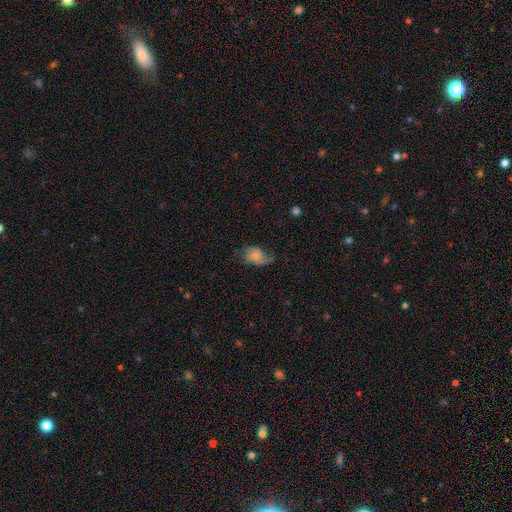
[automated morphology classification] The model was most divided on "merging": none: 35%, minor disturbance: 34%, major disturbance: 30%, merger: 2%. More confident: how rounded — in between (78%); smooth or featured — smooth (58%).